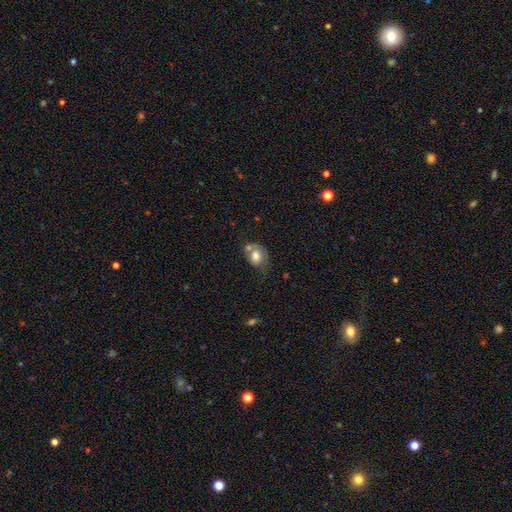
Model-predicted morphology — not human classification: type=smooth (73%); roundness=round (54%); merging=none (34%).